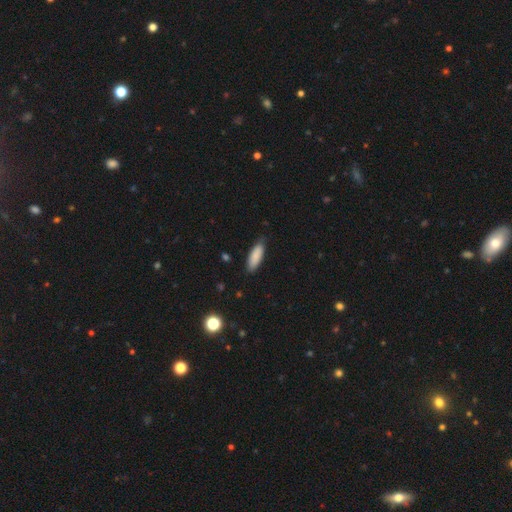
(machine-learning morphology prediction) Overall: smooth (88%). How rounded: in between (60%; cigar-shaped 38%). Merging: none (81%).